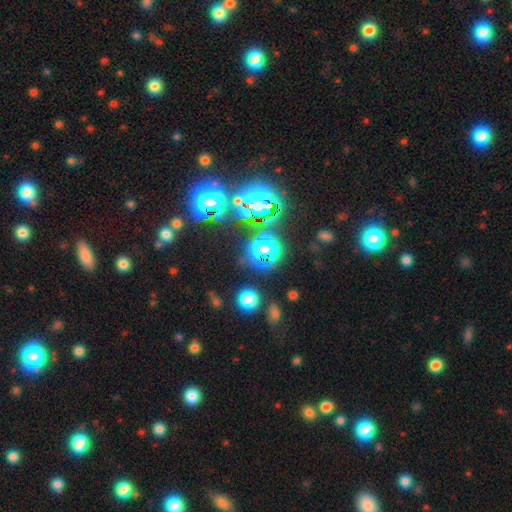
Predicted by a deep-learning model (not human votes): Smooth or featured? Predicted: star or artifact (p=0.71).